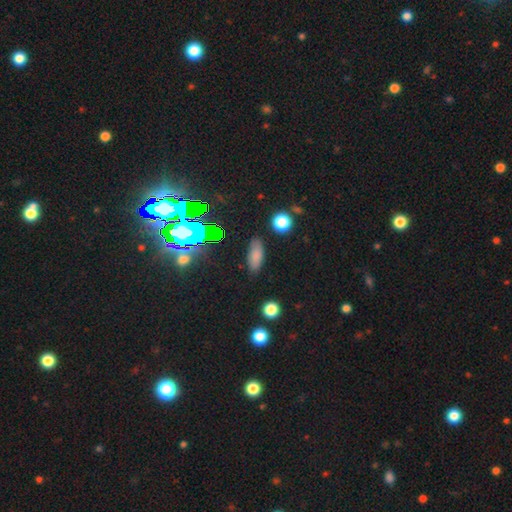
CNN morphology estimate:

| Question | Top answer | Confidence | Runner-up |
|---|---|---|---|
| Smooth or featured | smooth | 76% | star or artifact (14%) |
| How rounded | in between | 76% | cigar-shaped (20%) |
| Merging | none | 84% | minor disturbance (11%) |